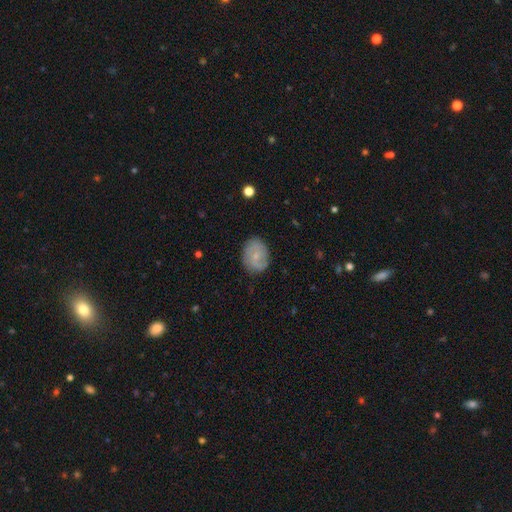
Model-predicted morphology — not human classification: Smooth or featured: featured or disk — 48% (smooth — 44%)
Merging: none — 81% (minor disturbance — 15%)